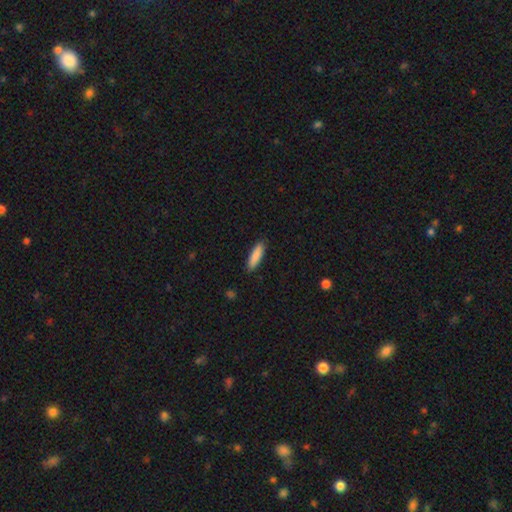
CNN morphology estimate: The model was most divided on "how rounded": cigar-shaped: 67%, in between: 32%, round: 1%. More confident: merging — none (89%); smooth or featured — smooth (88%).